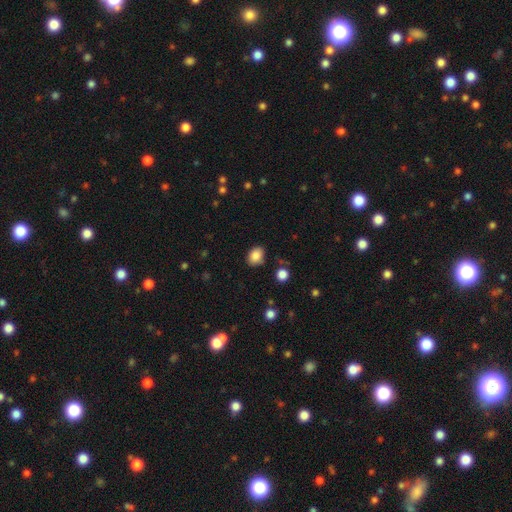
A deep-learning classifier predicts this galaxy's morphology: smooth_or_featured: smooth (p=0.86) [alt: star or artifact p=0.09]
how_rounded: in between (p=0.59) [alt: round p=0.40]
merging: none (p=0.82) [alt: minor disturbance p=0.12]